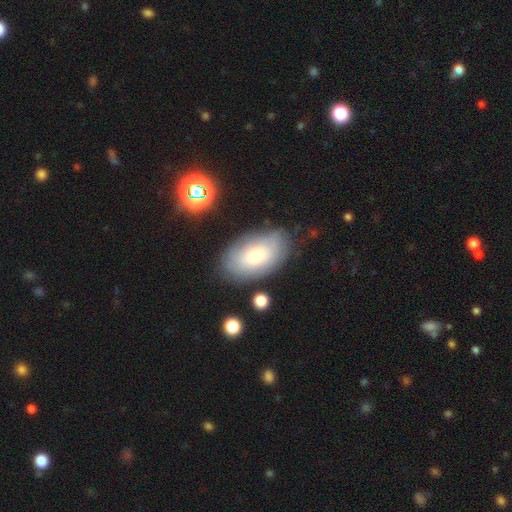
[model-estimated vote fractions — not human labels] smooth_or_featured: smooth (p=0.66) [alt: featured or disk p=0.25]
how_rounded: in between (p=0.93) [alt: round p=0.05]
merging: none (p=0.76) [alt: minor disturbance p=0.17]